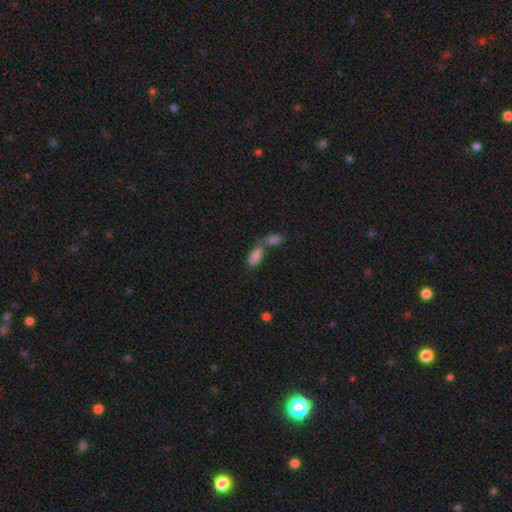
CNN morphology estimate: Overall: smooth (84%). How rounded: in between (92%). Merging: merger (61%; none 27%).